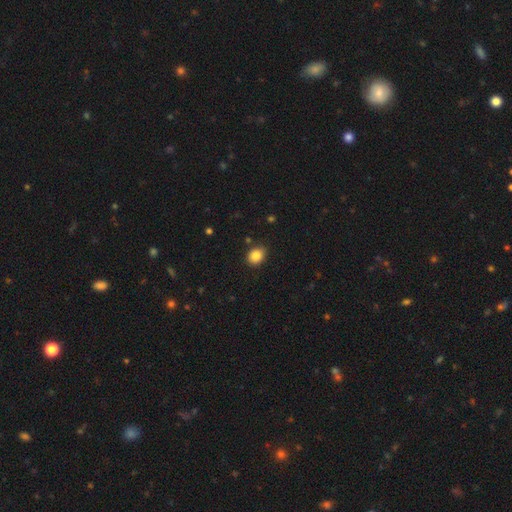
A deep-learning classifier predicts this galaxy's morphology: A smooth galaxy with no disk features (85%) that is round (58%). Merging: none (83%).